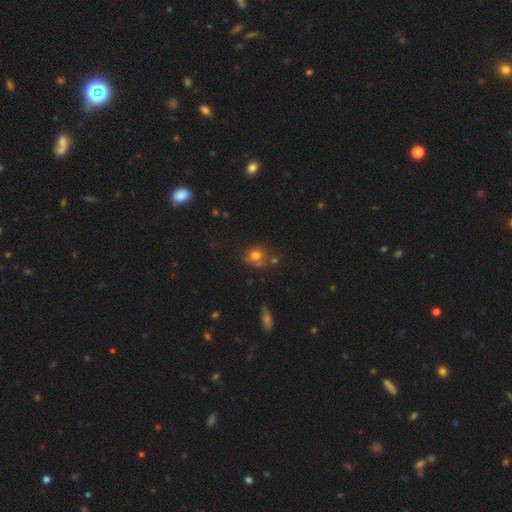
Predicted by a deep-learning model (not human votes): Smooth or featured? Predicted: smooth (p=0.70). How rounded? Predicted: round (p=0.65). Merging? Predicted: none (p=0.51).